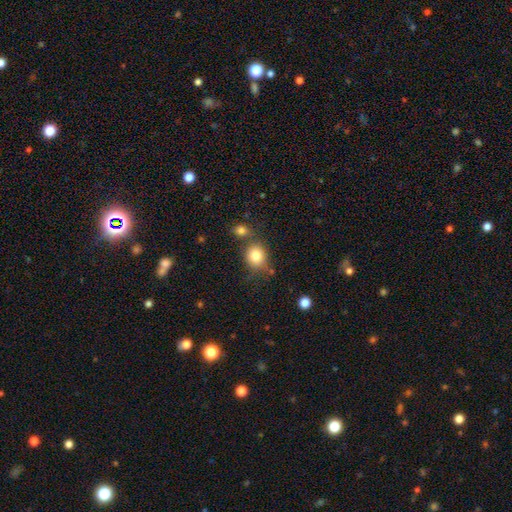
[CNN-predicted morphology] Smooth or featured: smooth — 82% (star or artifact — 10%)
How rounded: round — 71% (in between — 28%)
Merging: none — 63% (merger — 17%)